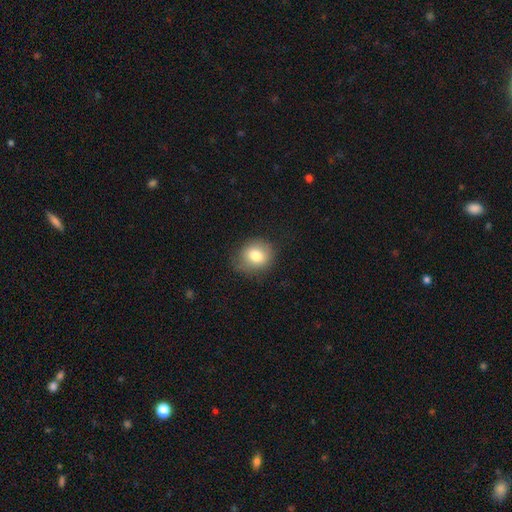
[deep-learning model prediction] A smooth galaxy with no disk features (79%) that is round (72%).

Vote fractions:
- Smooth or featured? smooth: 79% / featured or disk: 12% / star or artifact: 9%
- How rounded? round: 72% / in between: 27% / cigar-shaped: 1%
- Merging? none: 74% / minor disturbance: 19% / major disturbance: 5% / merger: 1%